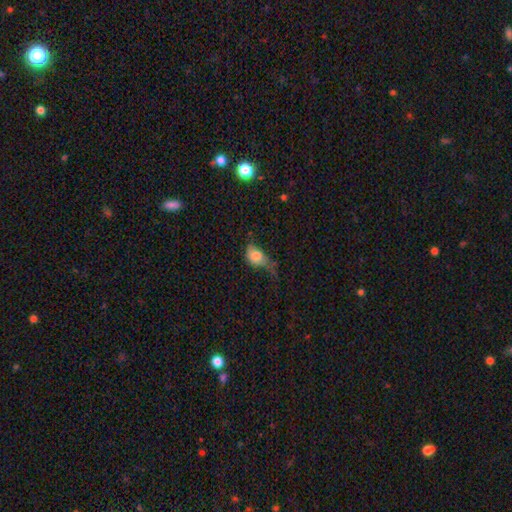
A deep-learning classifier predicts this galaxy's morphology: The model was most divided on "merging": major disturbance: 44%, minor disturbance: 30%, none: 20%, merger: 5%. More confident: how rounded — in between (76%); smooth or featured — smooth (75%).